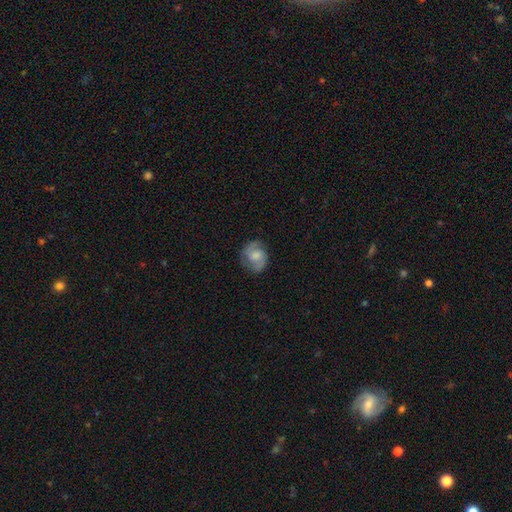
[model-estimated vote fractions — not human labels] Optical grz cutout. It shows a featured or disk galaxy (50%). Merging: none (69%).